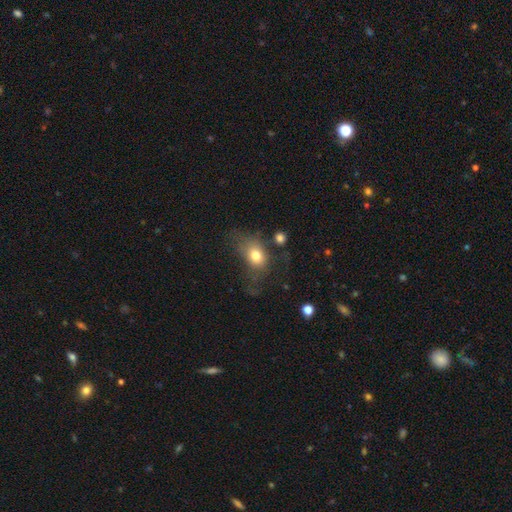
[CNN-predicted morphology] Smooth or featured? Predicted: smooth (p=0.72). How rounded? Predicted: in between (p=0.61). Merging? Predicted: none (p=0.38).